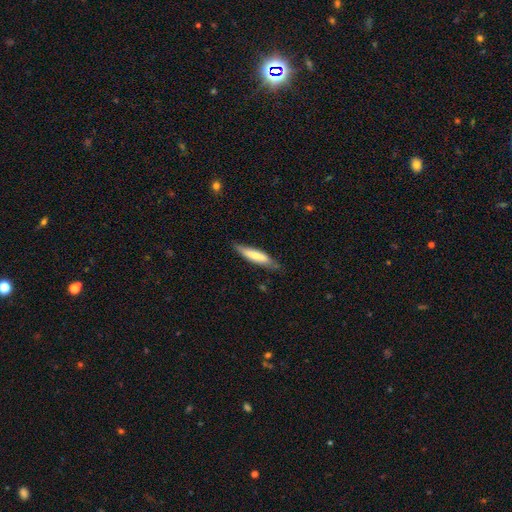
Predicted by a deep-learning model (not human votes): smooth 72%, featured or disk 22%, star or artifact 5%. Down the decision tree: how rounded — cigar-shaped (82%); merging — none (75%).